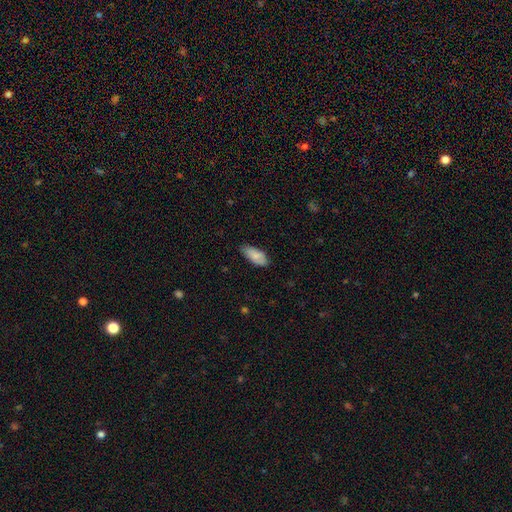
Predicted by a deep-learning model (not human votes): Smooth or featured? smooth (82%)
How rounded? in between (88%)
Merging? none (75%)